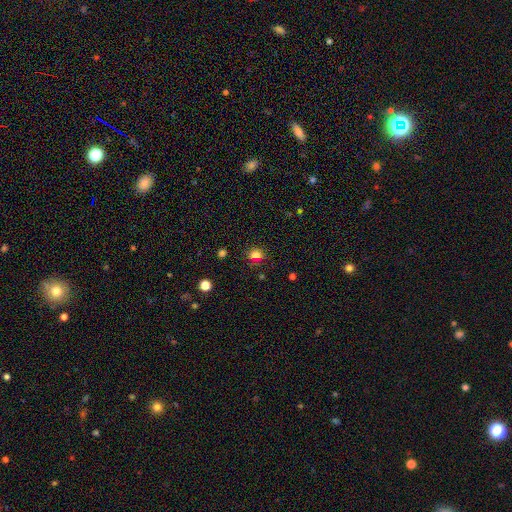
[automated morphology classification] Smooth or featured: smooth — 77% (star or artifact — 17%)
How rounded: round — 61% (in between — 38%)
Merging: none — 82% (minor disturbance — 12%)